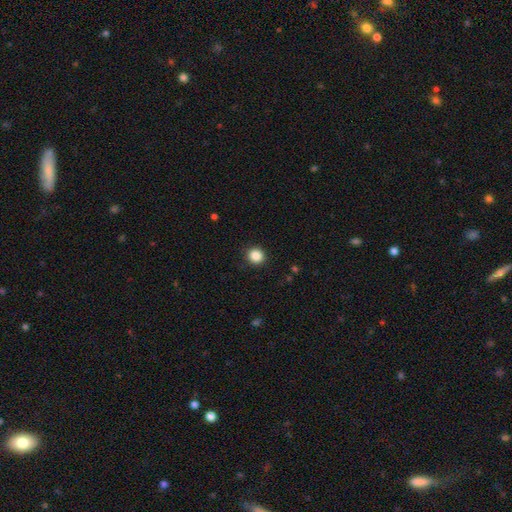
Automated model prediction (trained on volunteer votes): Q: Smooth or featured?
A: smooth (87%); runner-up: star or artifact (10%)
Q: How rounded?
A: round (90%); runner-up: in between (9%)
Q: Merging?
A: none (91%); runner-up: minor disturbance (6%)